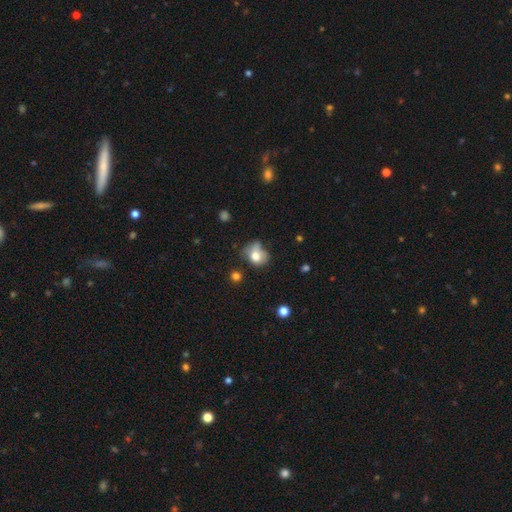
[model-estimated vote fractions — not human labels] Smooth or featured?
  - smooth: 74% *
  - featured or disk: 16%
  - star or artifact: 11%
How rounded?
  - round: 59% *
  - in between: 40%
  - cigar-shaped: 1%
Merging?
  - none: 37% *
  - minor disturbance: 31%
  - major disturbance: 19%
  - merger: 12%